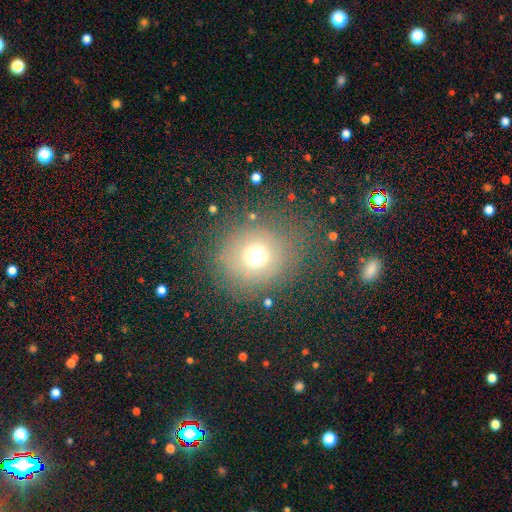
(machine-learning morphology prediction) type=smooth (67%); roundness=round (85%); merging=none (73%).